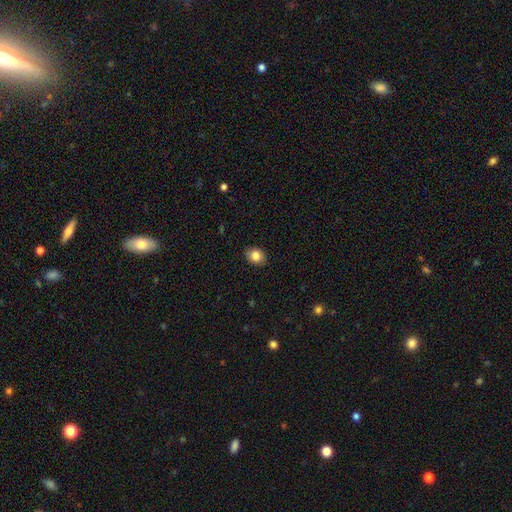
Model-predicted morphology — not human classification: Smooth or featured? Predicted: smooth (p=0.83). How rounded? Predicted: in between (p=0.53). Merging? Predicted: none (p=0.88).